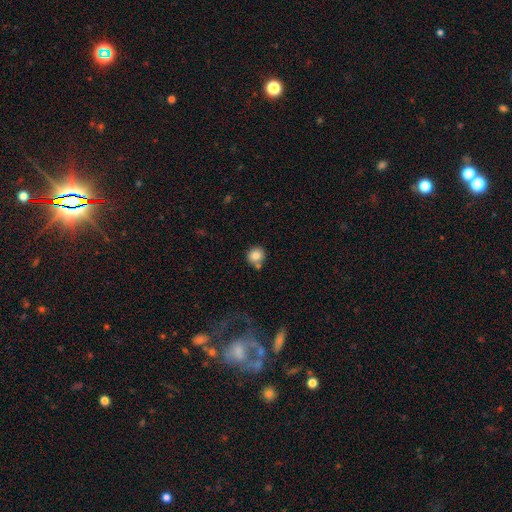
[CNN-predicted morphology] smooth_or_featured: smooth (p=0.82) [alt: star or artifact p=0.10]
how_rounded: round (p=0.91) [alt: in between p=0.08]
merging: none (p=0.68) [alt: merger p=0.17]